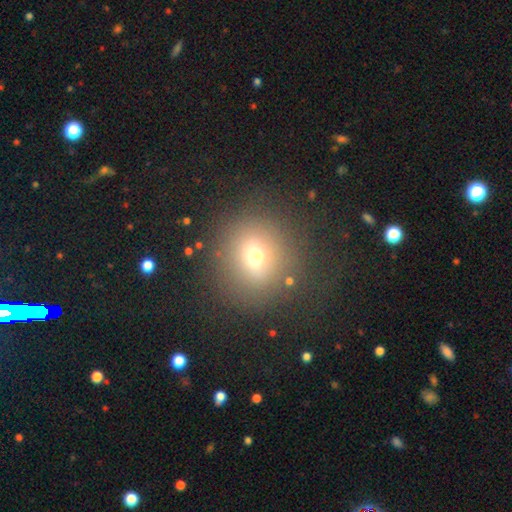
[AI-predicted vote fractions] Morphology: type=smooth (67%); roundness=round (87%); merging=none (79%).